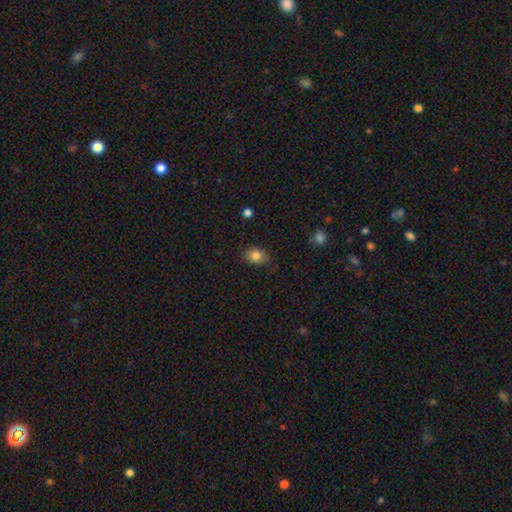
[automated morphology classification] This is clearly a smooth galaxy (83%). How rounded: likely in between (67%). Merging: likely none (77%).